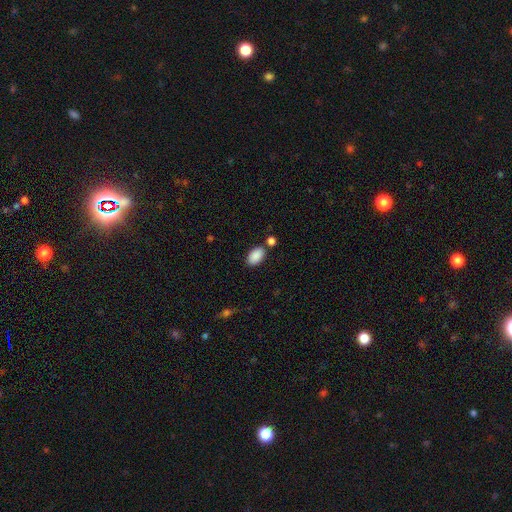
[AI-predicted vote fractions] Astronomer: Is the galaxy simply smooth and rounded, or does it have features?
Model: smooth — 89%.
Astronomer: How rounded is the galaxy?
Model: in between — 93%.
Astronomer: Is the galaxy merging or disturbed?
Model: none — 76%.